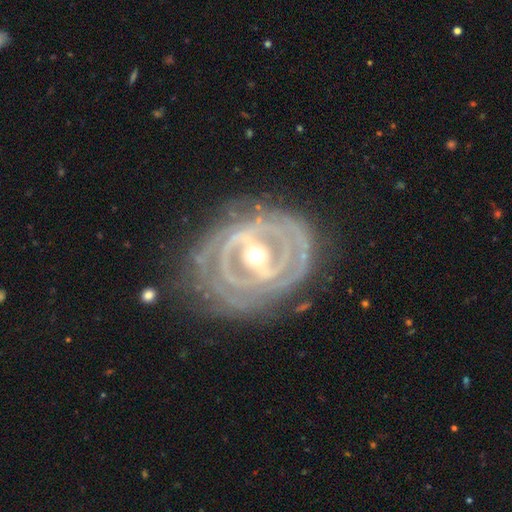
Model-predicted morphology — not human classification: The model was most divided on "spiral arm count": can't tell: 39%, 2: 25%, 3: 15%, 4: 10%, more than 4: 6%, 1: 6%. More confident: edge-on disk — no (94%); smooth or featured — featured or disk (89%); spiral arms — yes (85%); spiral winding — tight (78%); merging — none (73%); bulge size — moderate (55%); bar — strong (55%).